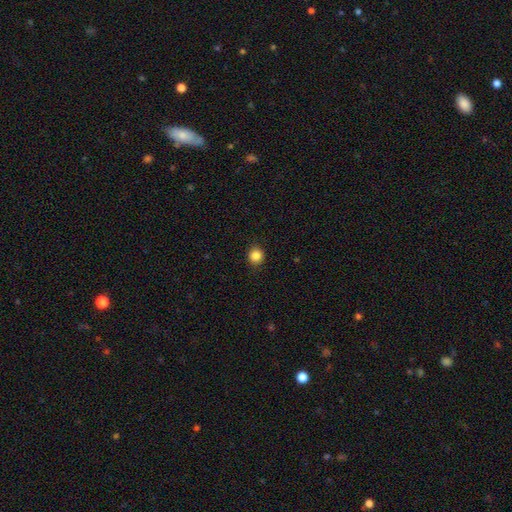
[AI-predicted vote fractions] Smooth or featured?
  - smooth: 85% *
  - star or artifact: 11%
  - featured or disk: 4%
How rounded?
  - round: 84% *
  - in between: 15%
  - cigar-shaped: 1%
Merging?
  - none: 89% *
  - minor disturbance: 8%
  - major disturbance: 2%
  - merger: 1%